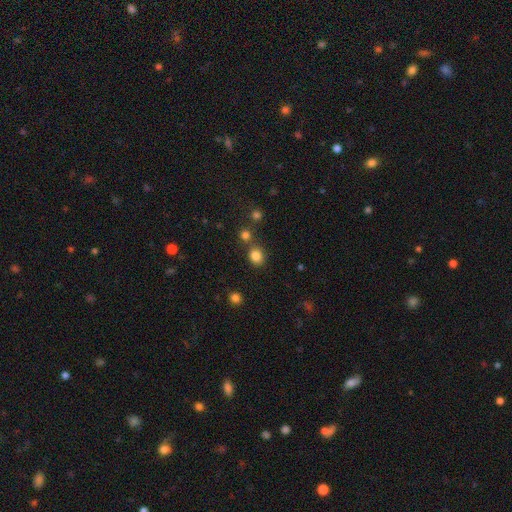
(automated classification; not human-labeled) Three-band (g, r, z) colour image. It shows a smooth galaxy with no disk features (82%) that is round (68%). Merging: none (71%).